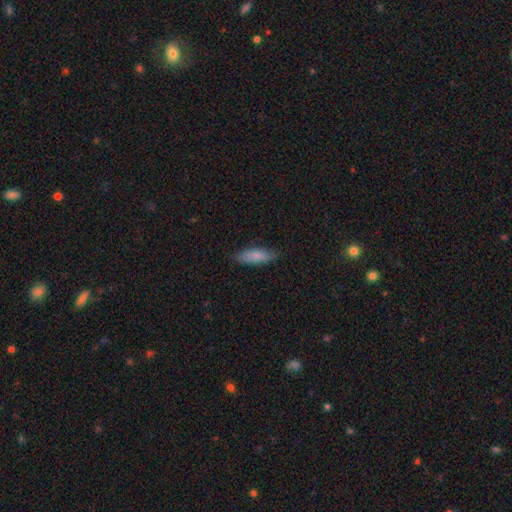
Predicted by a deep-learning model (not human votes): Q: Smooth or featured?
A: smooth (81%); runner-up: featured or disk (13%)
Q: How rounded?
A: in between (57%); runner-up: cigar-shaped (41%)
Q: Merging?
A: none (82%); runner-up: minor disturbance (15%)